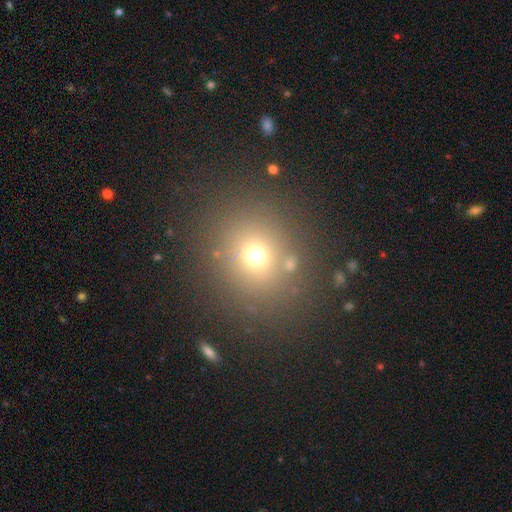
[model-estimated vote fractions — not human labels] Smooth or featured? smooth (68%)
How rounded? round (83%)
Merging? none (81%)